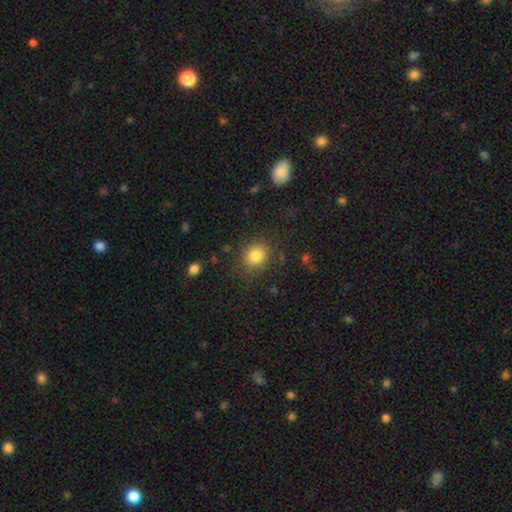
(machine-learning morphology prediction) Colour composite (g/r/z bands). It shows a smooth galaxy with no disk features (82%) that is round (71%). Merging: none (80%).